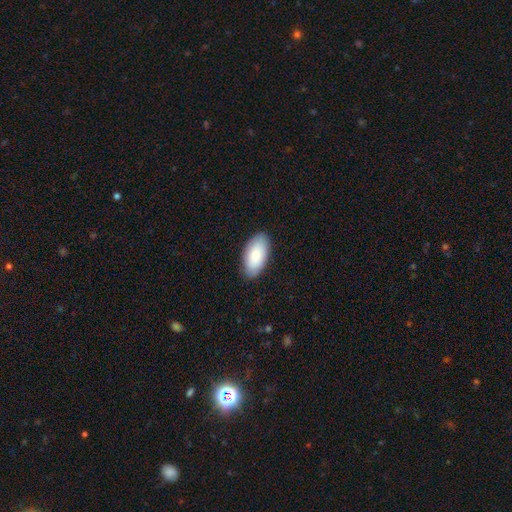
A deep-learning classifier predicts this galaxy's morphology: A smooth galaxy with no disk features (84%) that is in between round and cigar-shaped (95%). Merging: none (87%).